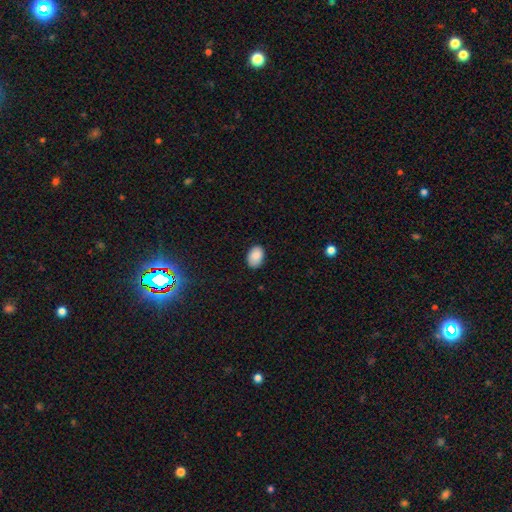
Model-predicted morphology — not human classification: Q: Smooth or featured?
A: smooth (88%); runner-up: star or artifact (7%)
Q: How rounded?
A: in between (85%); runner-up: round (14%)
Q: Merging?
A: none (83%); runner-up: minor disturbance (13%)